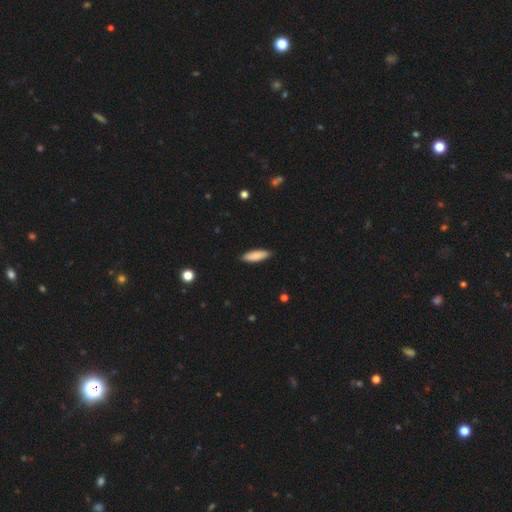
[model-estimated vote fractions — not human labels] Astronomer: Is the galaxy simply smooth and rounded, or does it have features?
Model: smooth — 87%.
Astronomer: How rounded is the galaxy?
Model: cigar-shaped — 52% (runner-up: in between, 47%).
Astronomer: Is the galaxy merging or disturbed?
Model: none — 89%.